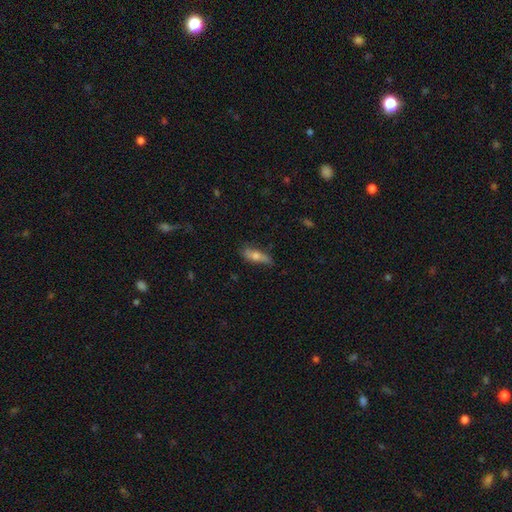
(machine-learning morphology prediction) smooth 55%, featured or disk 37%, star or artifact 8%. Down the decision tree: how rounded — in between (49%); merging — none (68%).